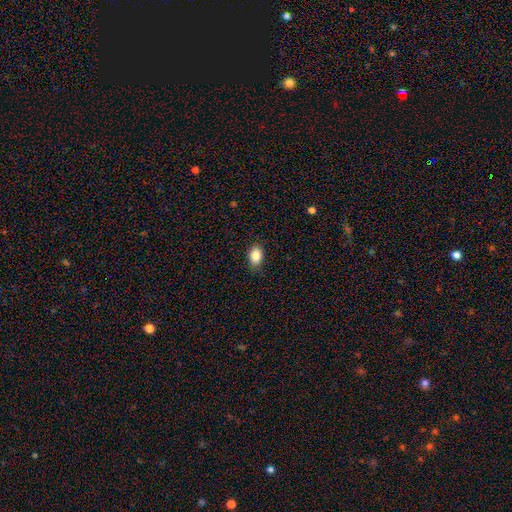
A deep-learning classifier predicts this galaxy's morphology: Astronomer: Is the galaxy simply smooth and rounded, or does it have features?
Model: smooth — 86%.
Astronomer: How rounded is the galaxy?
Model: in between — 81%.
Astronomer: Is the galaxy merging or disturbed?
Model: none — 86%.